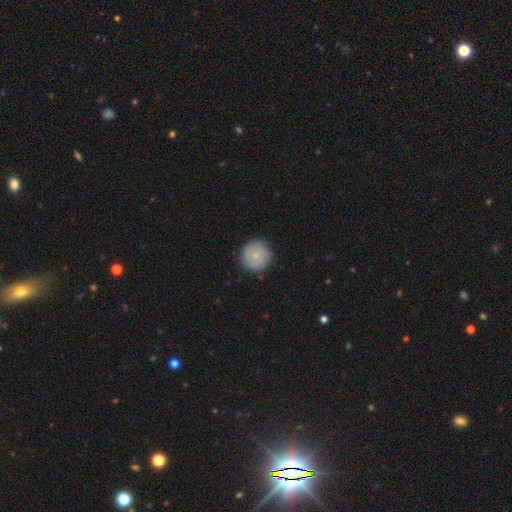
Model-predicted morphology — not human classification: This appears to be a smooth galaxy with no disk features (59%) that is round (94%). Merging: none (83%).